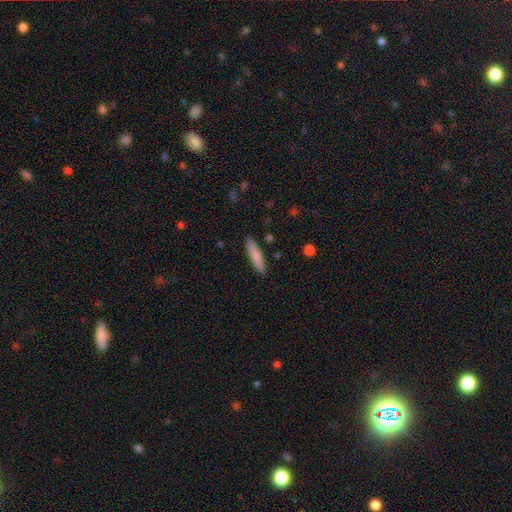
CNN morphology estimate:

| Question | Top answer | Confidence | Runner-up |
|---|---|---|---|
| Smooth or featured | smooth | 82% | featured or disk (12%) |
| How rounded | cigar-shaped | 79% | in between (20%) |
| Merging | none | 89% | minor disturbance (8%) |